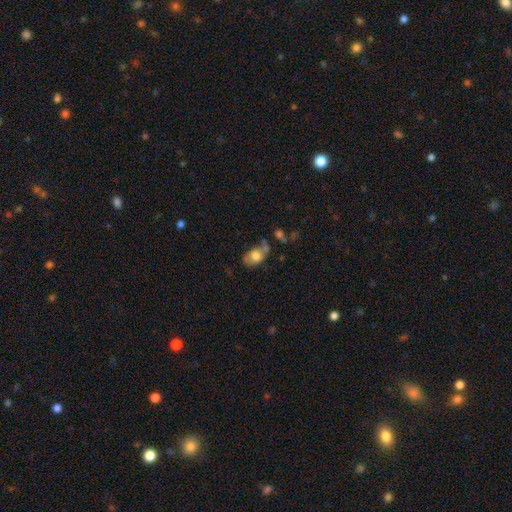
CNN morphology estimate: A smooth galaxy with no disk features (72%) that is in between round and cigar-shaped (81%). Merging: none (44%).